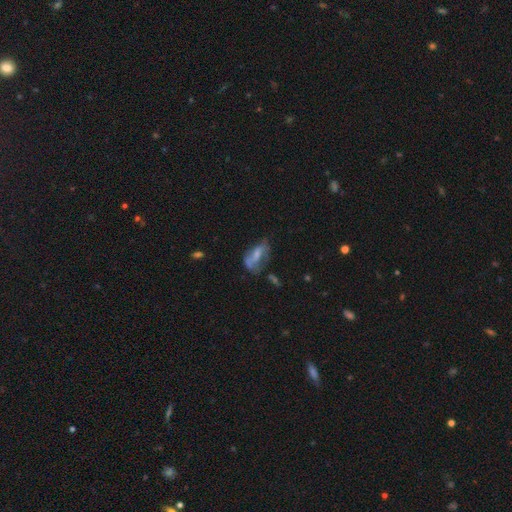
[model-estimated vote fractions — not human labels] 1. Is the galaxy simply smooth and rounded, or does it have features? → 47% featured or disk, 42% smooth, 11% star or artifact.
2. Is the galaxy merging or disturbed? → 34% none, 30% major disturbance, 25% minor disturbance, 11% merger.